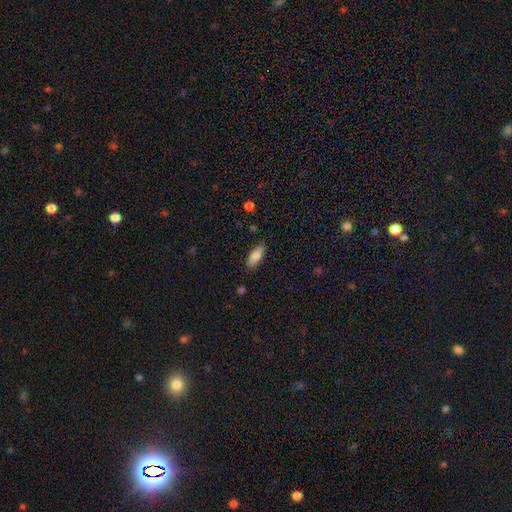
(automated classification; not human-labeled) A smooth galaxy with no disk features (78%) that is in between round and cigar-shaped (56%). Merging: none (88%).